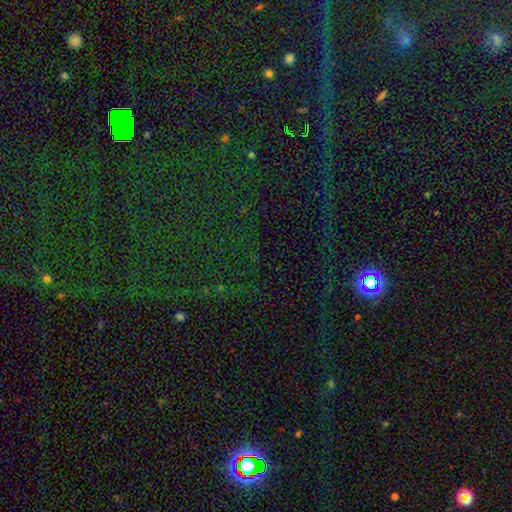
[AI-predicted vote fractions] The model was most divided on "smooth or featured": star or artifact: 82%, smooth: 10%, featured or disk: 8%.